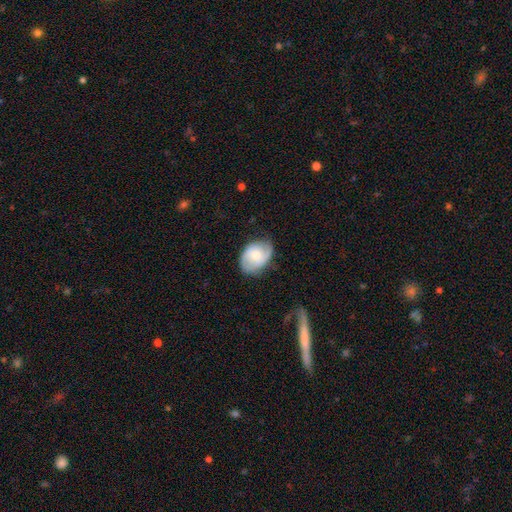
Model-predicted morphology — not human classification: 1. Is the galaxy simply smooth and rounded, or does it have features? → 60% featured or disk, 34% smooth, 6% star or artifact.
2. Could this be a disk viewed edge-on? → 97% no, 3% yes.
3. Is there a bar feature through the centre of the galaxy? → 66% no, 29% weak, 5% strong.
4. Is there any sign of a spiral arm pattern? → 88% yes, 12% no.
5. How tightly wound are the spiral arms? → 45% medium, 36% tight, 19% loose.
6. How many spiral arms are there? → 76% 2, 13% can't tell, 4% 3, 4% 1, 1% 4, 1% more than 4.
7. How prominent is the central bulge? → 52% moderate, 40% small, 4% large, 3% none, 1% dominant.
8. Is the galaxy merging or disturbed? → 71% none, 22% minor disturbance, 6% major disturbance, 1% merger.